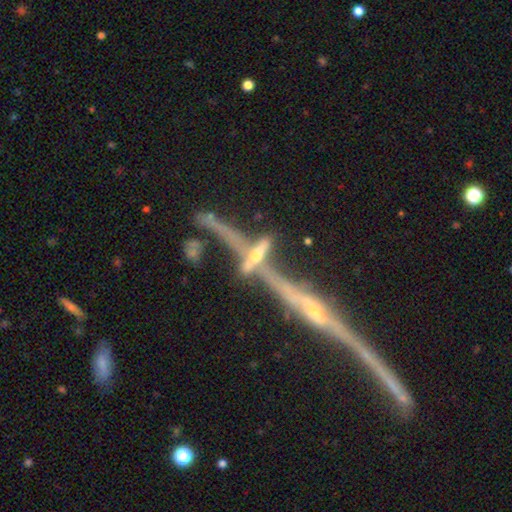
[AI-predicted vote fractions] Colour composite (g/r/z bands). It shows a featured or disk galaxy (69%) viewed edge-on (85%) with a rounded central bulge (76%). Merging: none (51%).